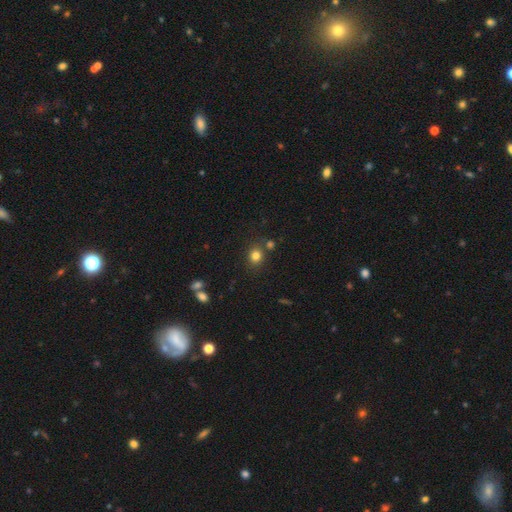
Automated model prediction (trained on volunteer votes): smooth-or-featured: smooth: 80% | star or artifact: 13% | featured or disk: 6%
  how-rounded: round: 72% | in between: 27% | cigar-shaped: 1%
  merging: none: 76% | merger: 10% | minor disturbance: 10% | major disturbance: 4%